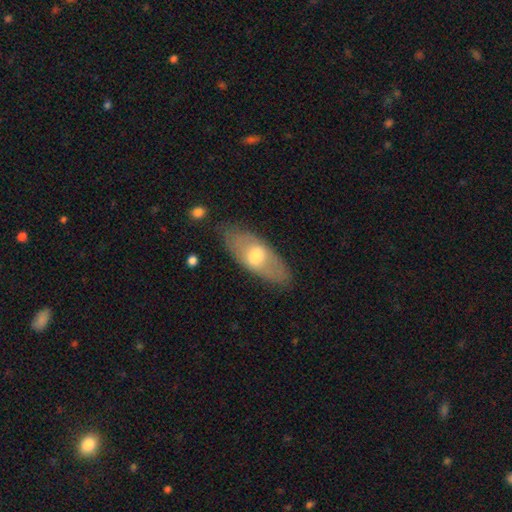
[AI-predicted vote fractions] The model was most divided on "smooth or featured": smooth: 56%, featured or disk: 38%, star or artifact: 6%. More confident: merging — none (80%); how rounded — in between (80%).